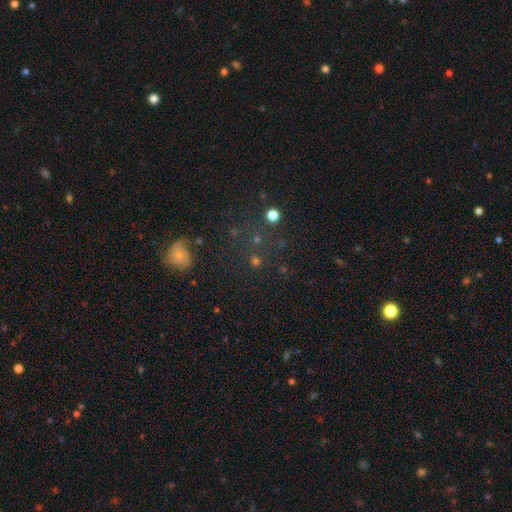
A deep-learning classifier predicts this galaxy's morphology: type=star or artifact (53%).